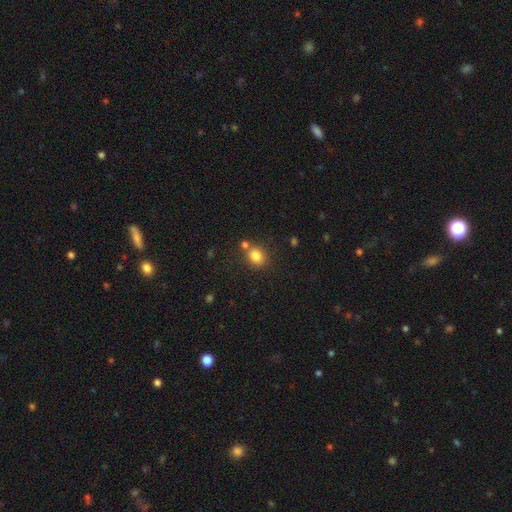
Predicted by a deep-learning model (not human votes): Overall: smooth (82%). How rounded: round (63%; in between 36%). Merging: none (68%).